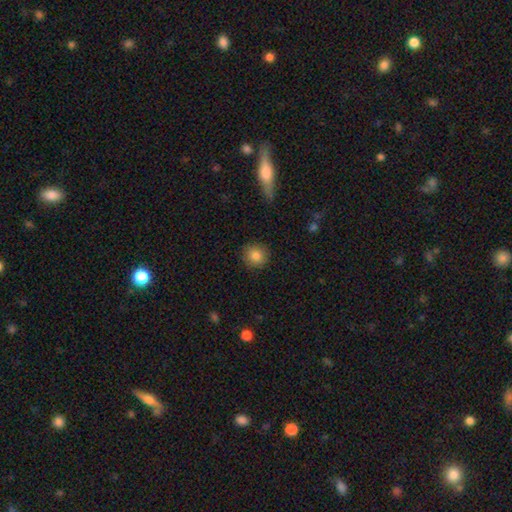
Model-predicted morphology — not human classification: Q: Smooth or featured?
A: smooth (84%); runner-up: star or artifact (9%)
Q: How rounded?
A: round (92%); runner-up: in between (7%)
Q: Merging?
A: none (89%); runner-up: minor disturbance (8%)